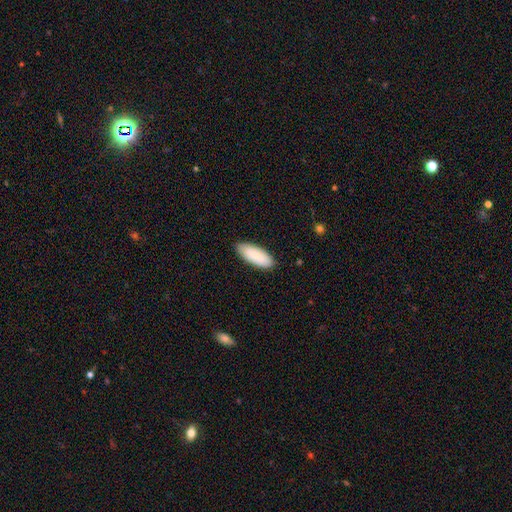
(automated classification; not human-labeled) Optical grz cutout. It shows a smooth galaxy with no disk features (87%) that is in between round and cigar-shaped (83%). Merging: none (86%).